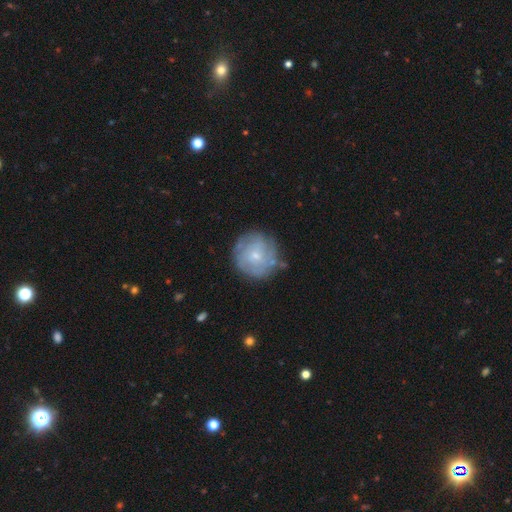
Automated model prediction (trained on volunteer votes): smooth-or-featured: featured or disk: 55% | smooth: 39% | star or artifact: 7%
  disk-edge-on: no: 97% | yes: 3%
    bar: no: 78% | weak: 19% | strong: 3%
    has-spiral-arms: yes: 66% | no: 34%
    bulge-size: small: 68% | moderate: 26% | none: 3% | large: 2% | dominant: 1%
  merging: none: 71% | minor disturbance: 19% | major disturbance: 7% | merger: 3%